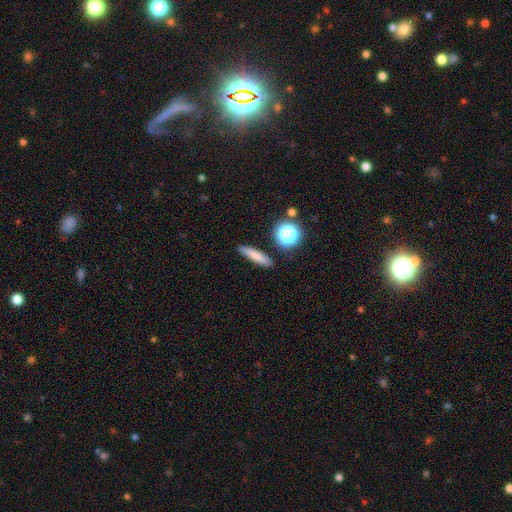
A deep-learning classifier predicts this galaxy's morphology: Q: Smooth or featured?
A: smooth (76%); runner-up: featured or disk (13%)
Q: How rounded?
A: cigar-shaped (79%); runner-up: in between (14%)
Q: Merging?
A: none (89%); runner-up: minor disturbance (7%)